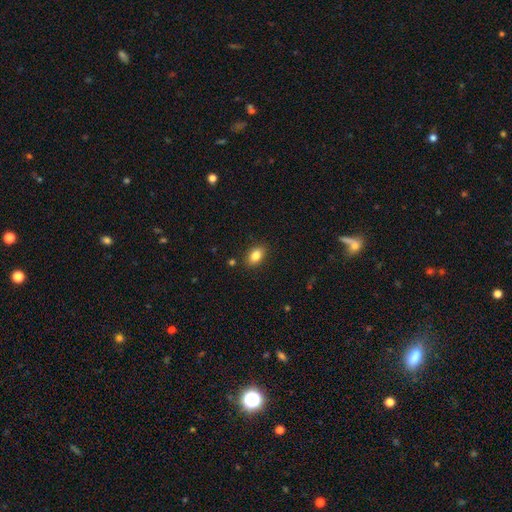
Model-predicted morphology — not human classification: Overall: smooth (84%). How rounded: in between (87%). Merging: none (87%).